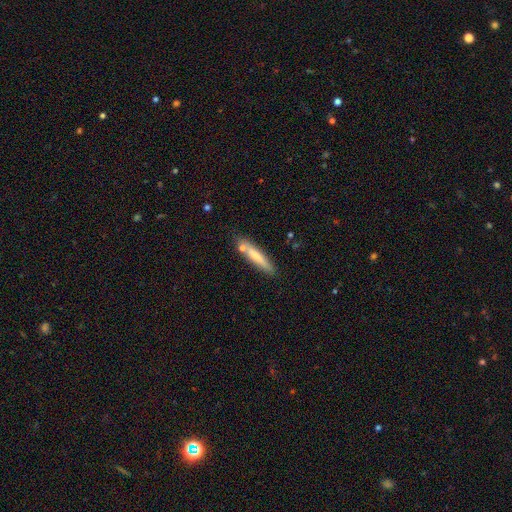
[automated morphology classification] This is likely a smooth galaxy (68%). How rounded: clearly cigar-shaped (89%). Merging: likely none (74%).